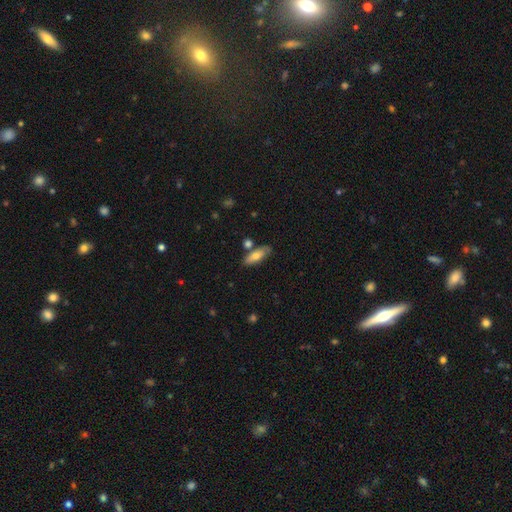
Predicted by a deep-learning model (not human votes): A smooth galaxy with no disk features (71%) that is in between round and cigar-shaped (63%). Merging: none (75%).